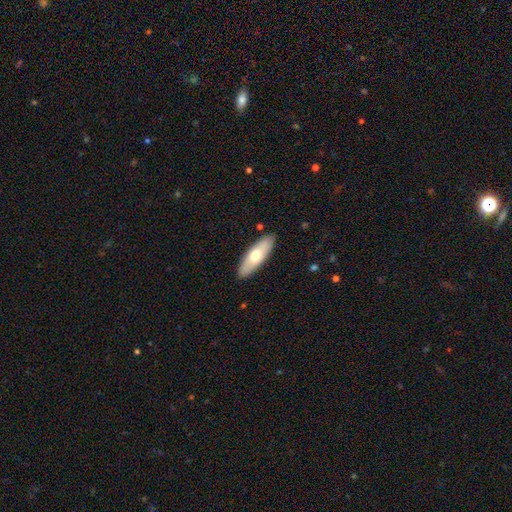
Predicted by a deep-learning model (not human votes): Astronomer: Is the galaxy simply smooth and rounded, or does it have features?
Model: smooth — 64%.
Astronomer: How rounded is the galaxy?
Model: in between — 63%.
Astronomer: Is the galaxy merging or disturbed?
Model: none — 89%.